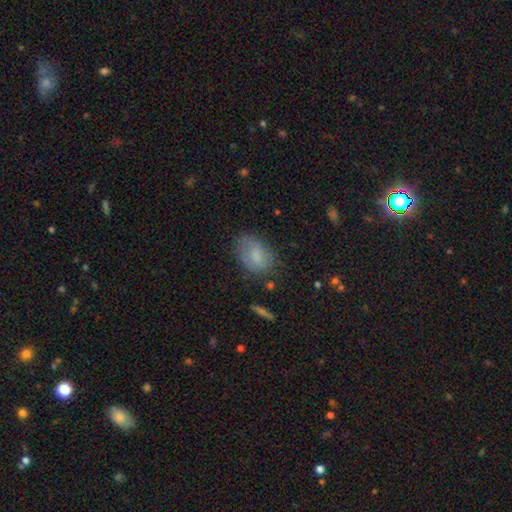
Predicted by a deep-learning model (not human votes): Morphology: type=smooth (77%); roundness=in between (86%); merging=none (64%).